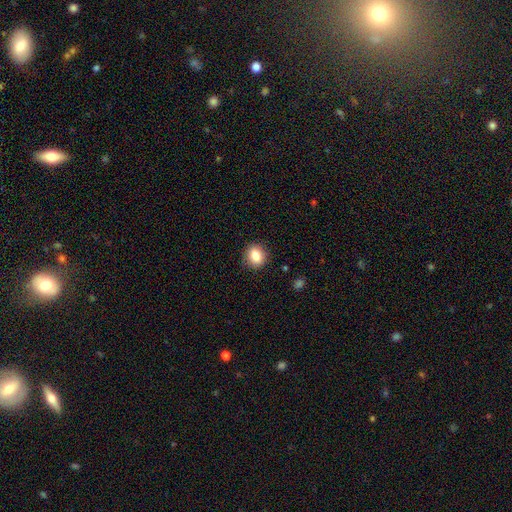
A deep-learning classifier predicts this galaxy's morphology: A smooth galaxy with no disk features (84%) that is round (63%). Merging: none (88%).